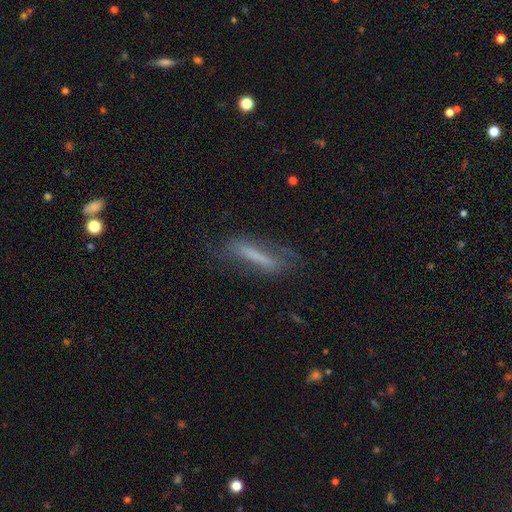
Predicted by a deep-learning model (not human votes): Smooth or featured? Predicted: smooth (p=0.48). Merging? Predicted: none (p=0.59).